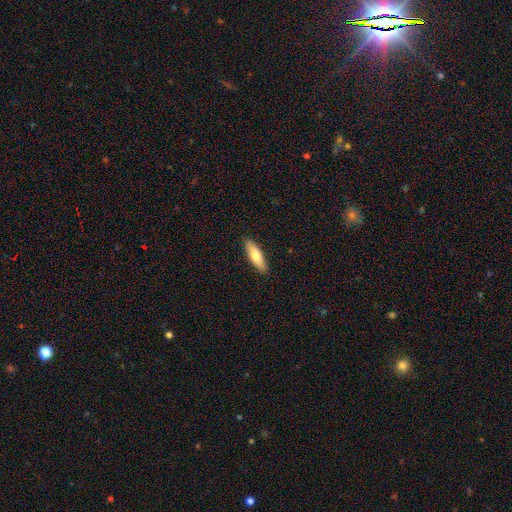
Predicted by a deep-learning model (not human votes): Smooth or featured: smooth — 71% (featured or disk — 24%)
How rounded: cigar-shaped — 56% (in between — 42%)
Merging: none — 89% (minor disturbance — 8%)